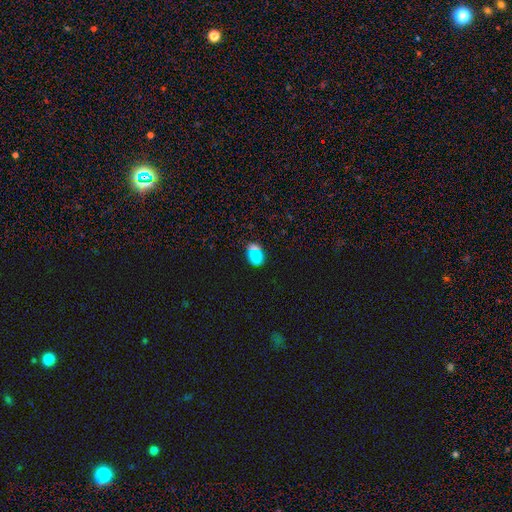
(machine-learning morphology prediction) Overall: smooth (72%). How rounded: in between (57%; round 41%). Merging: none (75%).